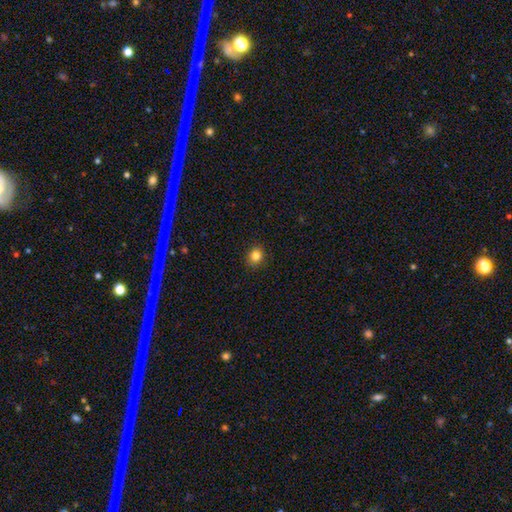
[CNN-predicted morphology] type=smooth (83%); roundness=round (72%); merging=none (90%).